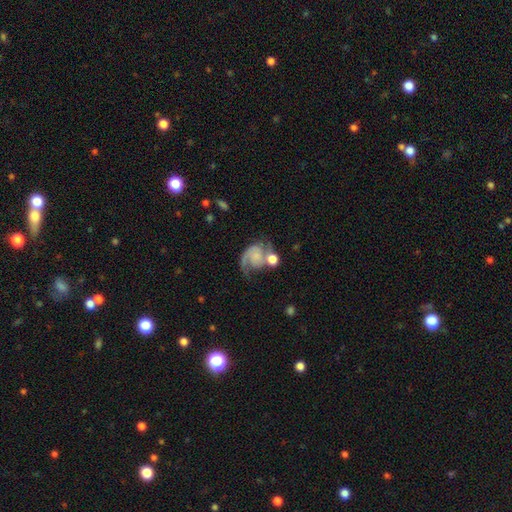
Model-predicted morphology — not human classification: This is likely a featured or disk galaxy (76%). It is clearly not viewed edge-on (98%). Bar: likely no (73%). Spiral arm pattern: clearly yes (94%). Spiral arm count: likely 2 (66%). Spiral winding: marginally medium (45%). Central bulge: marginally small (45%). Merging: marginally none (39%).